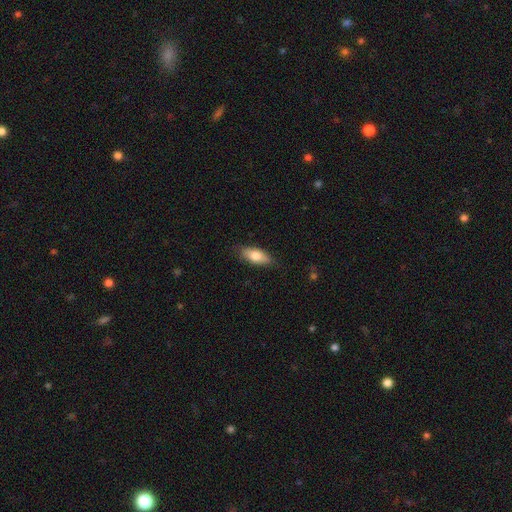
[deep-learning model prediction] Smooth or featured?
  - smooth: 76% *
  - featured or disk: 17%
  - star or artifact: 6%
How rounded?
  - in between: 82% *
  - cigar-shaped: 15%
  - round: 3%
Merging?
  - none: 82% *
  - minor disturbance: 14%
  - major disturbance: 2%
  - merger: 1%